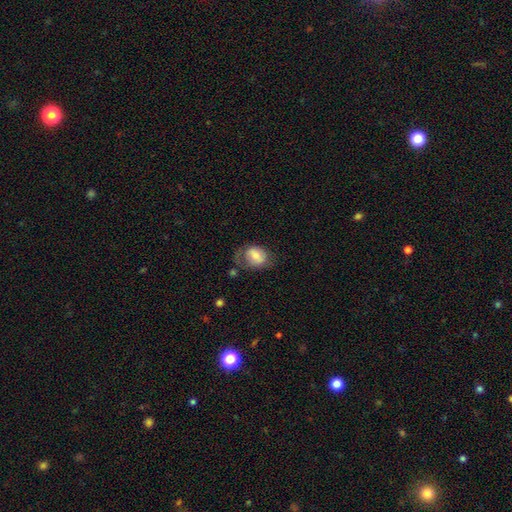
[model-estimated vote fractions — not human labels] A smooth galaxy with no disk features (68%) that is in between round and cigar-shaped (59%).

Vote fractions:
- Smooth or featured? smooth: 68% / featured or disk: 25% / star or artifact: 8%
- How rounded? in between: 59% / round: 40% / cigar-shaped: 1%
- Merging? none: 44% / minor disturbance: 28% / major disturbance: 23% / merger: 5%